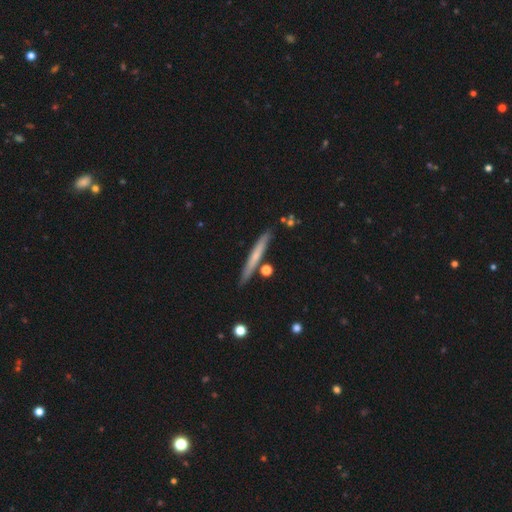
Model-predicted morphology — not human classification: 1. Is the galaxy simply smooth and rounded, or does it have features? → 55% smooth, 39% featured or disk, 6% star or artifact.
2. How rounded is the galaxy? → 96% cigar-shaped, 3% in between, 2% round.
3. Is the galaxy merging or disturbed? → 86% none, 9% minor disturbance, 4% merger, 2% major disturbance.